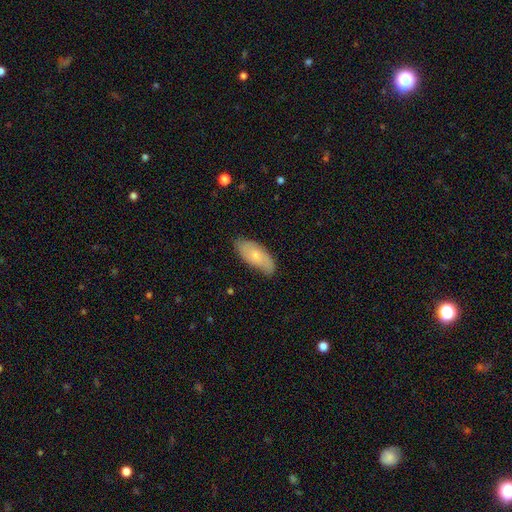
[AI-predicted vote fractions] smooth 65%, featured or disk 29%, star or artifact 6%. Down the decision tree: how rounded — in between (87%); merging — none (75%).